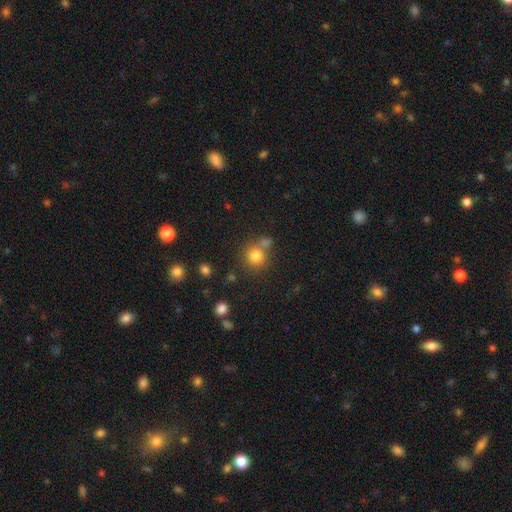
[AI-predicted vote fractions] A smooth galaxy with no disk features (80%) that is round (87%). Merging: none (62%).